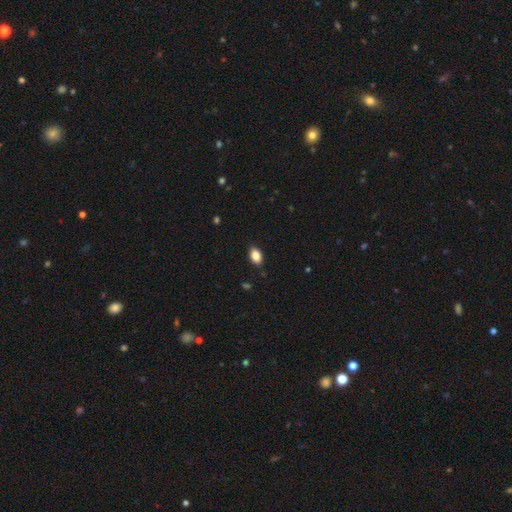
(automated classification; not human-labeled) Smooth or featured?
  - smooth: 86% *
  - star or artifact: 8%
  - featured or disk: 6%
How rounded?
  - in between: 89% *
  - round: 9%
  - cigar-shaped: 2%
Merging?
  - none: 87% *
  - minor disturbance: 10%
  - major disturbance: 2%
  - merger: 1%